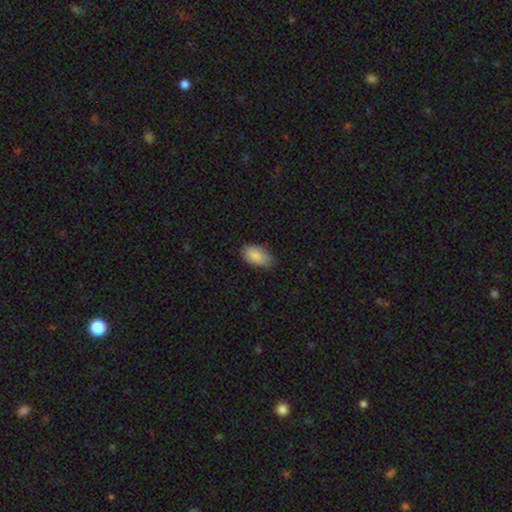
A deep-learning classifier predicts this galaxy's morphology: type=smooth (87%); roundness=in between (94%); merging=none (72%).